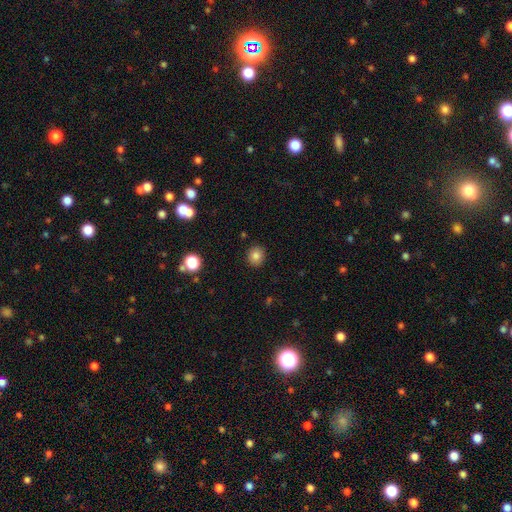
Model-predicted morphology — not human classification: Q: Smooth or featured?
A: smooth (82%); runner-up: star or artifact (12%)
Q: How rounded?
A: round (84%); runner-up: in between (15%)
Q: Merging?
A: none (90%); runner-up: minor disturbance (6%)